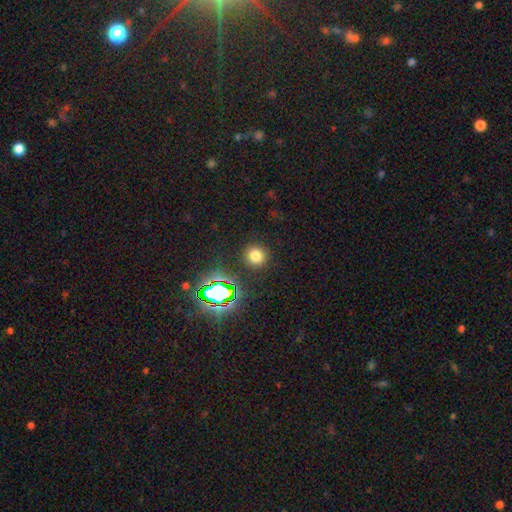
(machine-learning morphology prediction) A smooth galaxy with no disk features (73%) that is round (90%).

Vote fractions:
- Smooth or featured? smooth: 73% / star or artifact: 21% / featured or disk: 7%
- How rounded? round: 90% / in between: 9% / cigar-shaped: 1%
- Merging? none: 89% / minor disturbance: 6% / major disturbance: 3% / merger: 2%